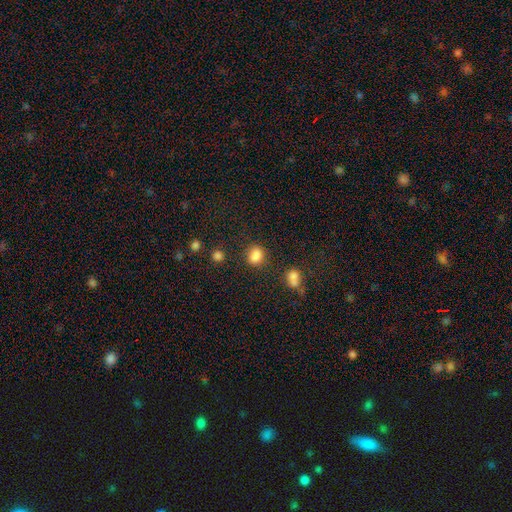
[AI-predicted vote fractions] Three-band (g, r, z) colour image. It shows a smooth galaxy with no disk features (83%) that is in between round and cigar-shaped (52%). Merging: none (72%).